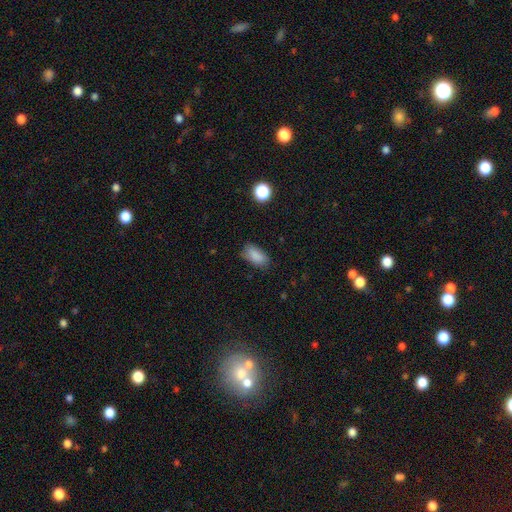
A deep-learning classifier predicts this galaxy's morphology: Smooth or featured?
  - smooth: 86% *
  - star or artifact: 9%
  - featured or disk: 5%
How rounded?
  - in between: 90% *
  - cigar-shaped: 6%
  - round: 4%
Merging?
  - none: 76% *
  - minor disturbance: 19%
  - major disturbance: 4%
  - merger: 1%